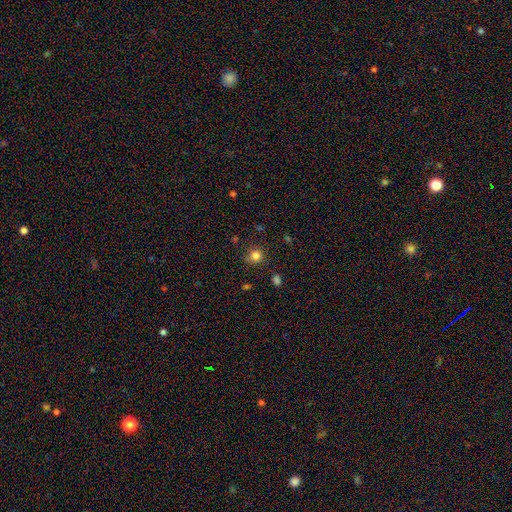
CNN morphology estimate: smooth_or_featured: smooth (p=0.82) [alt: star or artifact p=0.13]
how_rounded: round (p=0.91) [alt: in between p=0.08]
merging: none (p=0.84) [alt: minor disturbance p=0.11]